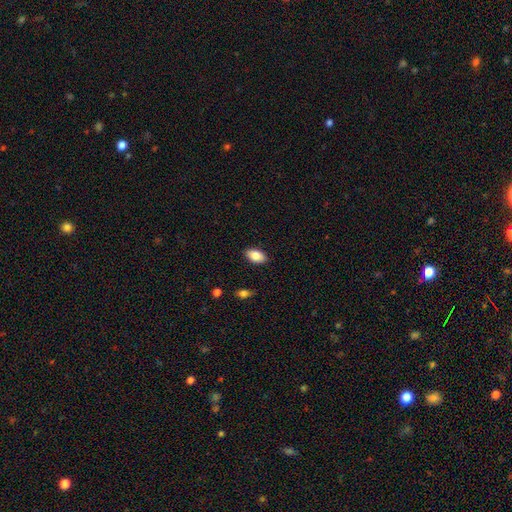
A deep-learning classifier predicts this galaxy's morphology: Smooth or featured: smooth — 85% (featured or disk — 8%)
How rounded: in between — 93% (round — 5%)
Merging: none — 88% (minor disturbance — 9%)